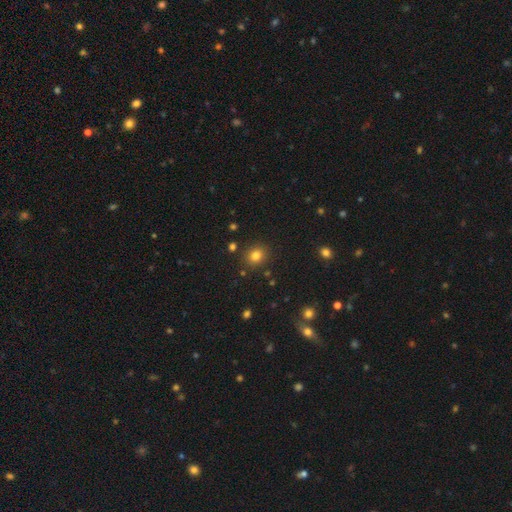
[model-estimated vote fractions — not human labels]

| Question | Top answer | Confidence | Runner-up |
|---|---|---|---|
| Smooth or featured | smooth | 81% | star or artifact (14%) |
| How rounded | round | 70% | in between (29%) |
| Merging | none | 86% | minor disturbance (8%) |